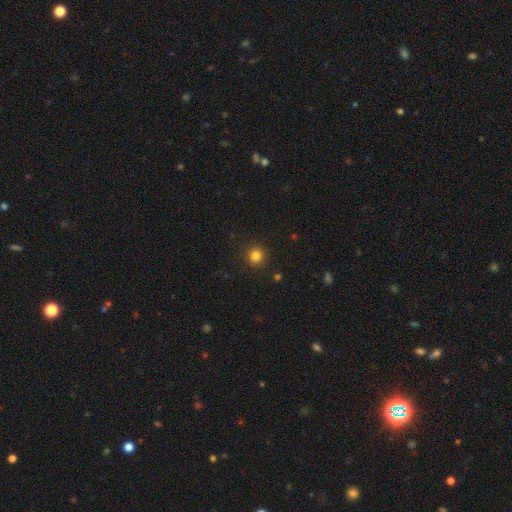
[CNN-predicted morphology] Q: Smooth or featured?
A: smooth (82%); runner-up: star or artifact (14%)
Q: How rounded?
A: round (94%); runner-up: in between (5%)
Q: Merging?
A: none (92%); runner-up: minor disturbance (5%)